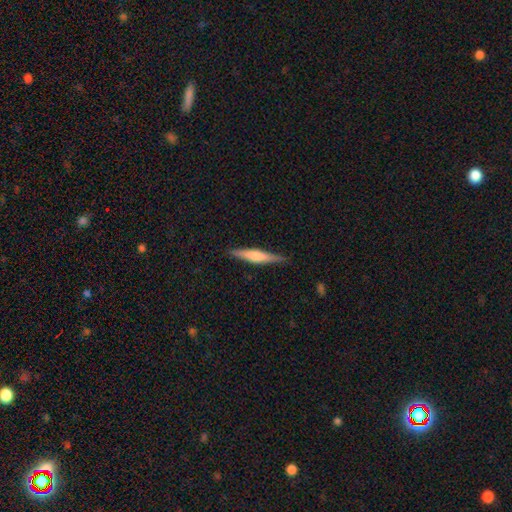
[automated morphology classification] Q: Smooth or featured?
A: featured or disk (48%); runner-up: smooth (47%)
Q: Merging?
A: none (89%); runner-up: minor disturbance (9%)